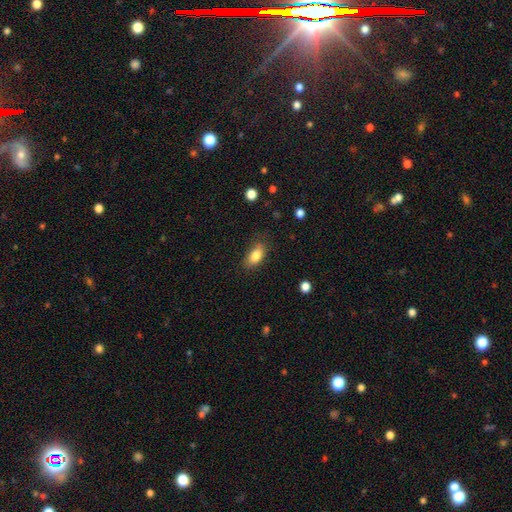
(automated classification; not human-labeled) Morphology: type=smooth (83%); roundness=in between (87%); merging=none (77%).